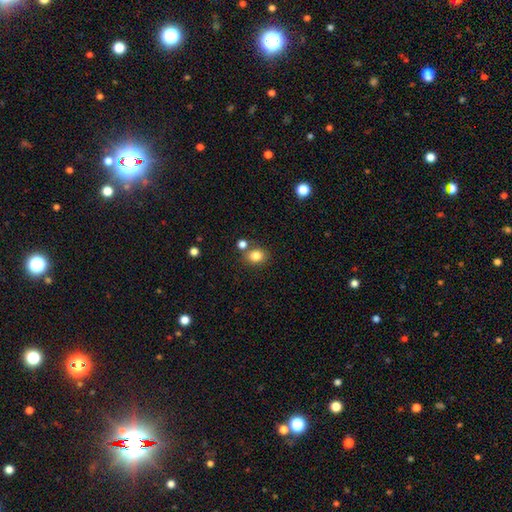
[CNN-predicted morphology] This is clearly a smooth galaxy (83%). How rounded: likely round (63%). Merging: likely none (72%).